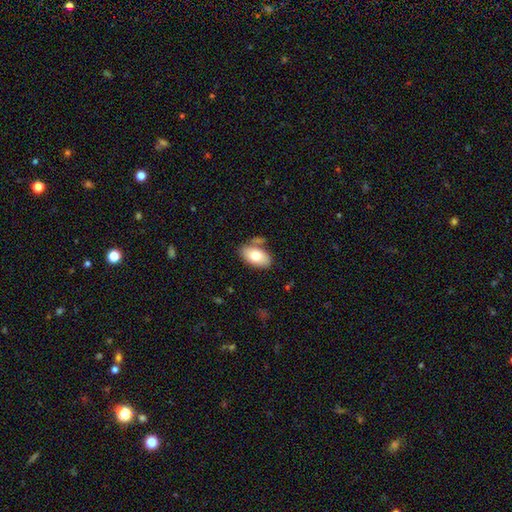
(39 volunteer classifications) A smooth galaxy with no disk features (74%) that is in between round and cigar-shaped (97%).

Vote fractions:
- Smooth or featured? smooth: 74% / featured or disk: 15% / star or artifact: 10%
- How rounded? in between: 97% / round: 3% / cigar-shaped: 0%
- Merging? none: 80% / minor disturbance: 14% / merger: 6% / major disturbance: 0%